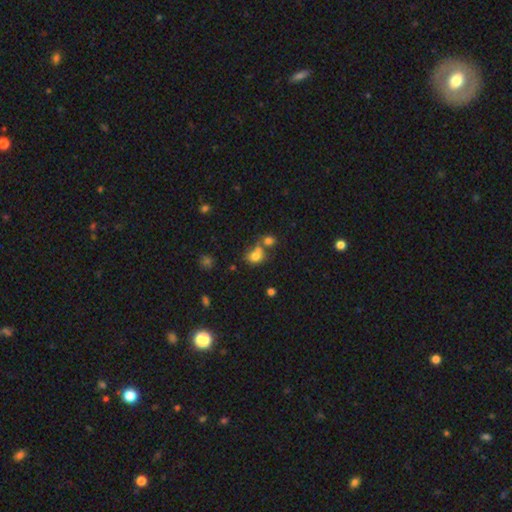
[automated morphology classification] Q: Smooth or featured?
A: smooth (74%); runner-up: star or artifact (14%)
Q: How rounded?
A: round (56%); runner-up: in between (43%)
Q: Merging?
A: merger (44%); runner-up: none (39%)